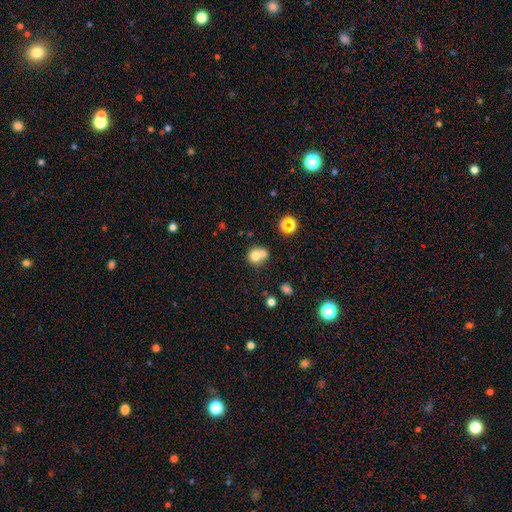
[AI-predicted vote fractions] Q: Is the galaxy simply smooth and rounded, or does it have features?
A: smooth — 71%.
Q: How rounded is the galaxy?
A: round — 79%.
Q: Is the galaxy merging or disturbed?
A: merger — 51%.